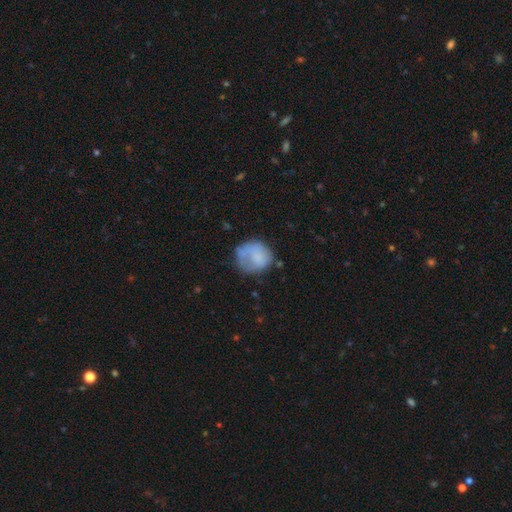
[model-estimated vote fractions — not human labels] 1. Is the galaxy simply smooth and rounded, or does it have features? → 69% smooth, 23% featured or disk, 8% star or artifact.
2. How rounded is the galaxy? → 80% round, 19% in between, 1% cigar-shaped.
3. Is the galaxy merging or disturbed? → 47% none, 26% minor disturbance, 21% major disturbance, 5% merger.